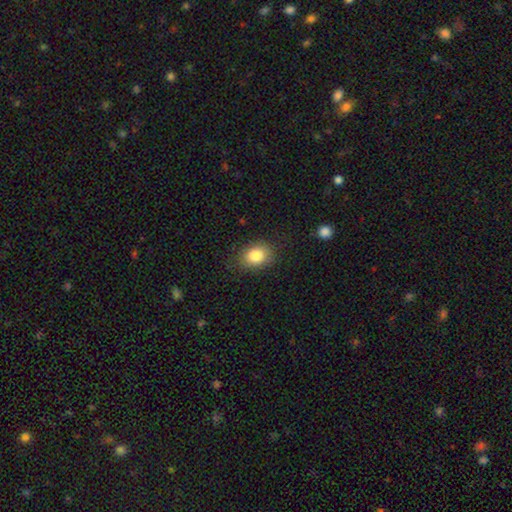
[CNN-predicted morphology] The model was most divided on "how rounded": in between: 61%, round: 38%, cigar-shaped: 1%. More confident: smooth or featured — smooth (84%); merging — none (80%).